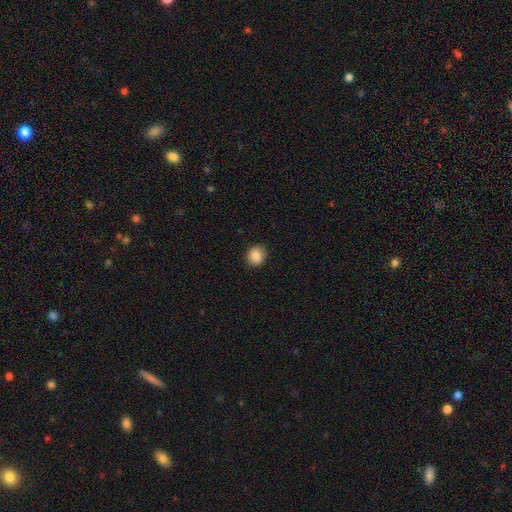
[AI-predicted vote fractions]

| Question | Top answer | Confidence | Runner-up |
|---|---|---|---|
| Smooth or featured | smooth | 87% | star or artifact (9%) |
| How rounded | round | 77% | in between (22%) |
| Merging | none | 89% | minor disturbance (8%) |